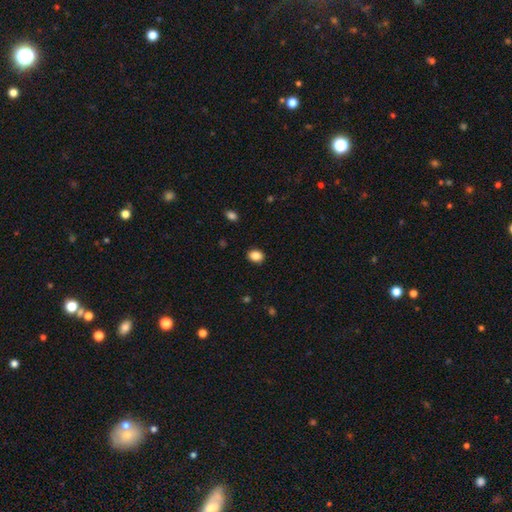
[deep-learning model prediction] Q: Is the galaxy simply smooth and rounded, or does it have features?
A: smooth — 86%.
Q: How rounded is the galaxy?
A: in between — 57%.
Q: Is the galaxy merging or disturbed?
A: none — 89%.